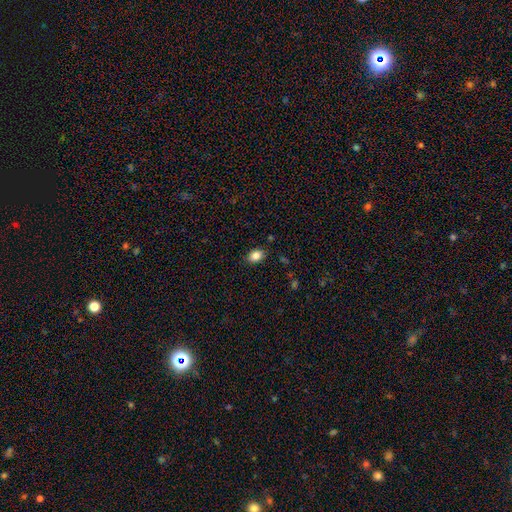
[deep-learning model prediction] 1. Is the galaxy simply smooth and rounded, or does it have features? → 84% smooth, 9% star or artifact, 6% featured or disk.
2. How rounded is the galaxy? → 75% in between, 24% round, 1% cigar-shaped.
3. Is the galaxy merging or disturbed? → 87% none, 10% minor disturbance, 2% major disturbance, 1% merger.